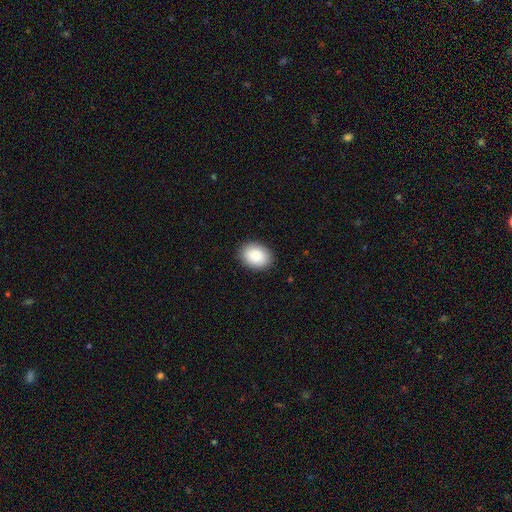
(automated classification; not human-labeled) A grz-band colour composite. It shows a smooth galaxy with no disk features (89%) that is in between round and cigar-shaped (69%). Merging: none (89%).